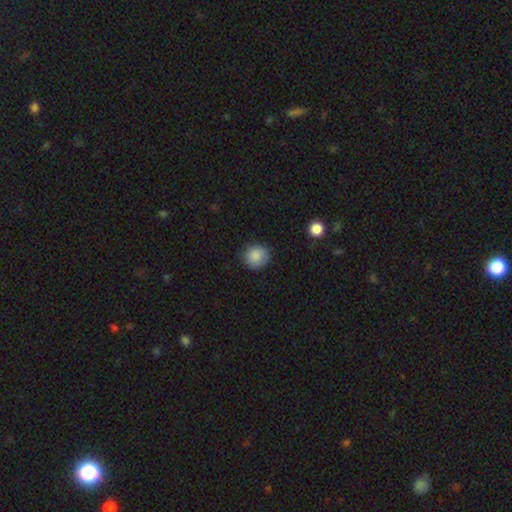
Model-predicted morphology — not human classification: Smooth or featured: smooth — 87% (star or artifact — 8%)
How rounded: round — 85% (in between — 14%)
Merging: none — 84% (minor disturbance — 12%)